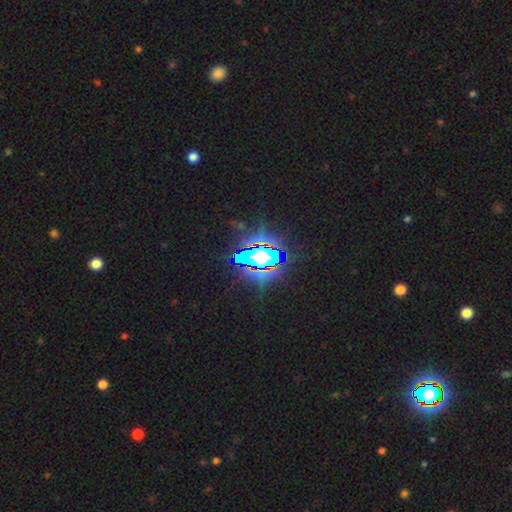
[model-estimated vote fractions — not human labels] A star or artifact, not a galaxy (80%).

Vote fractions:
- Smooth or featured? star or artifact: 80% / smooth: 11% / featured or disk: 9%